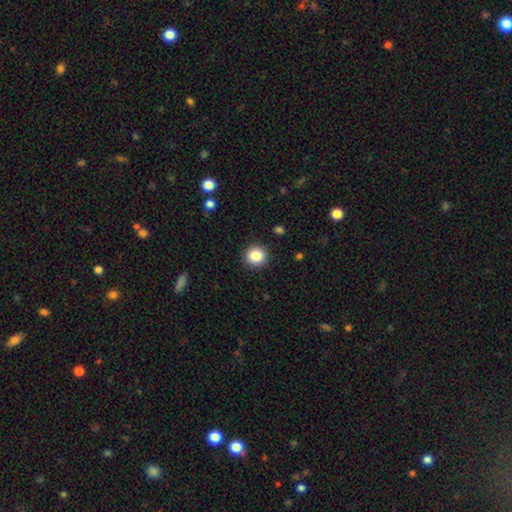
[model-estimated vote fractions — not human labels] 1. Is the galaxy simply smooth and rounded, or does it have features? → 85% smooth, 10% star or artifact, 5% featured or disk.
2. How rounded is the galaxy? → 90% round, 9% in between, 1% cigar-shaped.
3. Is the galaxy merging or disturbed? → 91% none, 6% minor disturbance, 2% major disturbance, 1% merger.